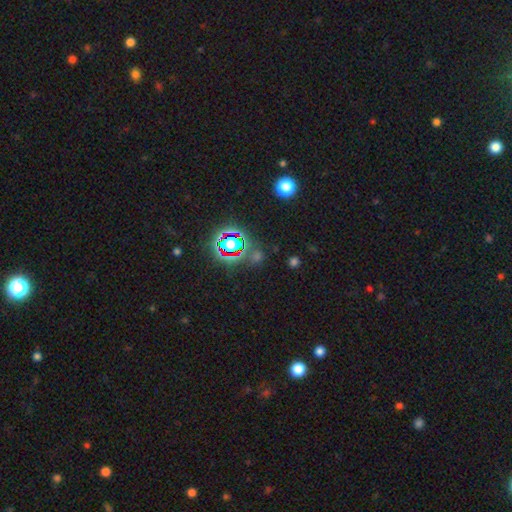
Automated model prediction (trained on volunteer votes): The model was most divided on "smooth or featured": star or artifact: 64%, smooth: 27%, featured or disk: 9%.